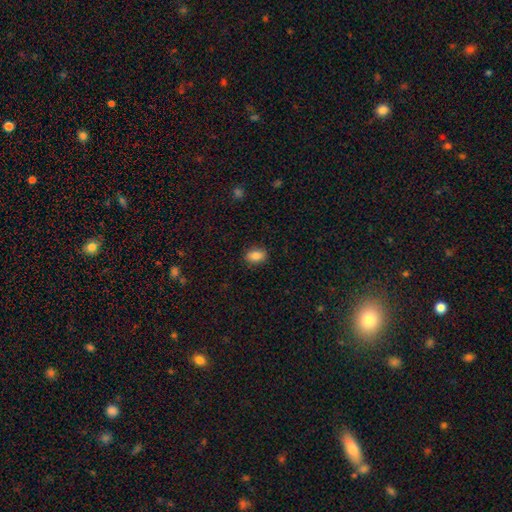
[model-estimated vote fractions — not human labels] Smooth or featured? smooth (86%)
How rounded? in between (85%)
Merging? none (88%)